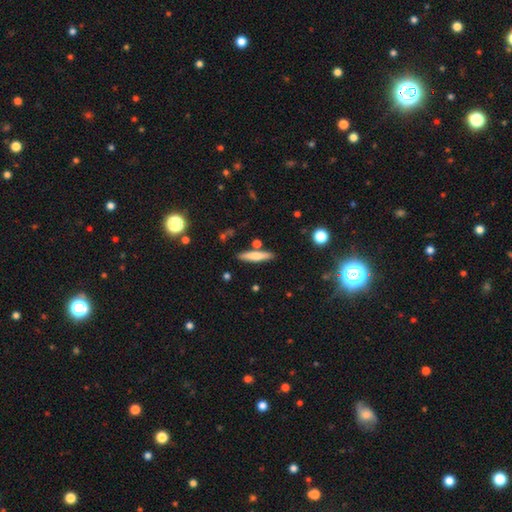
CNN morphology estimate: Smooth or featured: smooth — 65% (featured or disk — 28%)
How rounded: cigar-shaped — 86% (in between — 12%)
Merging: none — 82% (minor disturbance — 10%)